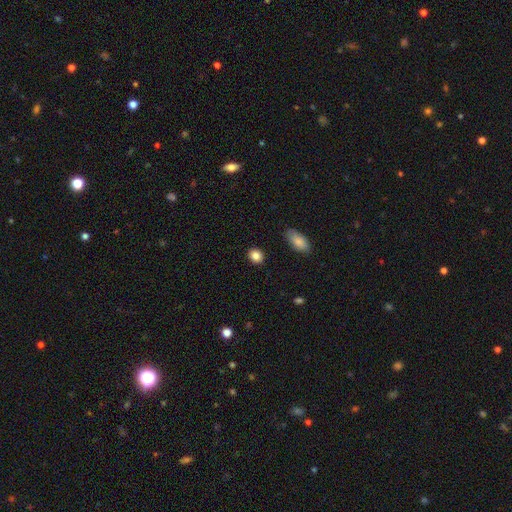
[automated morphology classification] smooth 86%, star or artifact 9%, featured or disk 5%. Down the decision tree: how rounded — round (65%); merging — none (89%).